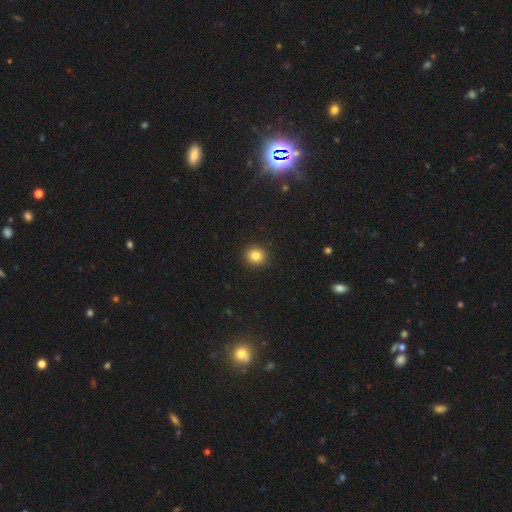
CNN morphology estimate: smooth_or_featured: smooth (p=0.84) [alt: star or artifact p=0.11]
how_rounded: round (p=0.88) [alt: in between p=0.11]
merging: none (p=0.92) [alt: minor disturbance p=0.05]